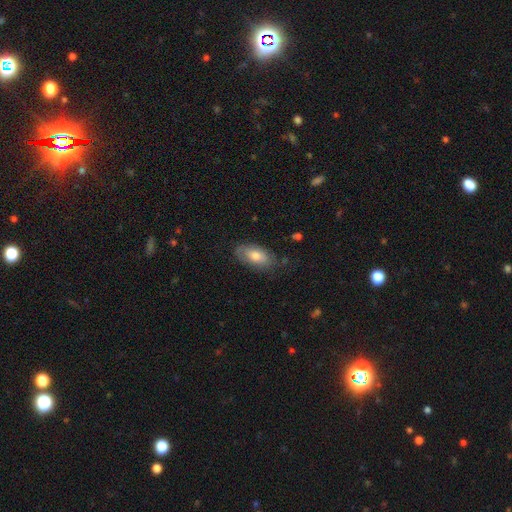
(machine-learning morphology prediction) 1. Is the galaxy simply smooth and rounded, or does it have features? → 66% smooth, 28% featured or disk, 6% star or artifact.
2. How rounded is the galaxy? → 91% in between, 6% cigar-shaped, 3% round.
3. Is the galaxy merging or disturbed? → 72% none, 22% minor disturbance, 5% major disturbance, 1% merger.